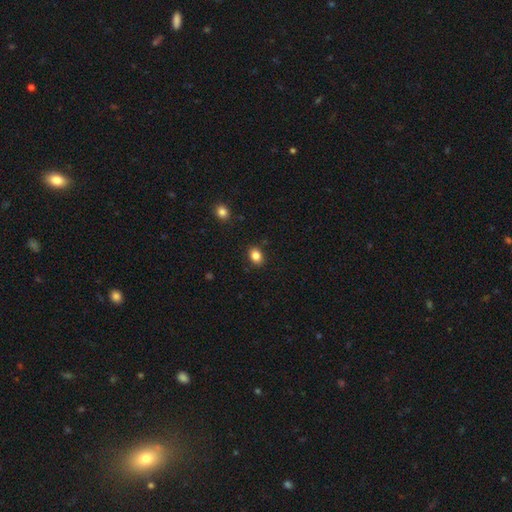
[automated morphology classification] Smooth or featured? smooth (85%)
How rounded? in between (65%)
Merging? none (88%)